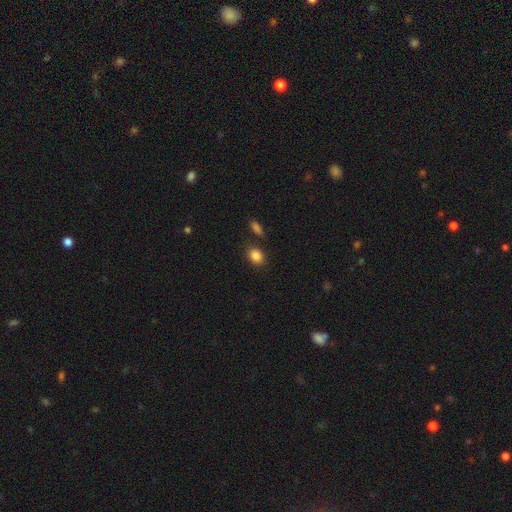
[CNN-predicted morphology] type=smooth (86%); roundness=in between (56%); merging=none (80%).